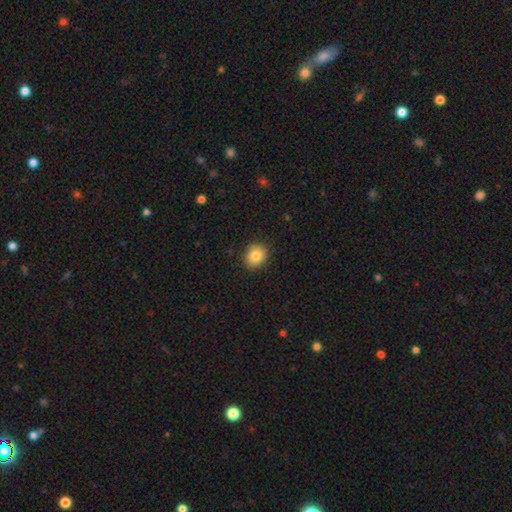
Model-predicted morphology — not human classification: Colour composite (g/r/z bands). It shows a smooth galaxy with no disk features (83%) that is round (59%). Merging: none (89%).